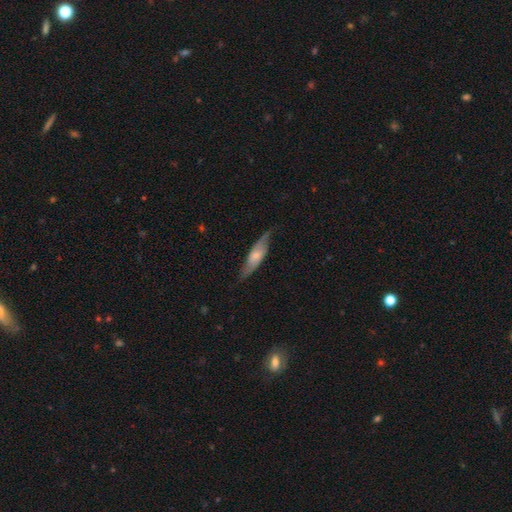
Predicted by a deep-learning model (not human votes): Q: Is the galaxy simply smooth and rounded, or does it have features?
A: featured or disk — 53%.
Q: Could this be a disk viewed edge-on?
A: no — 62%.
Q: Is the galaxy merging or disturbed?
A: none — 70%.